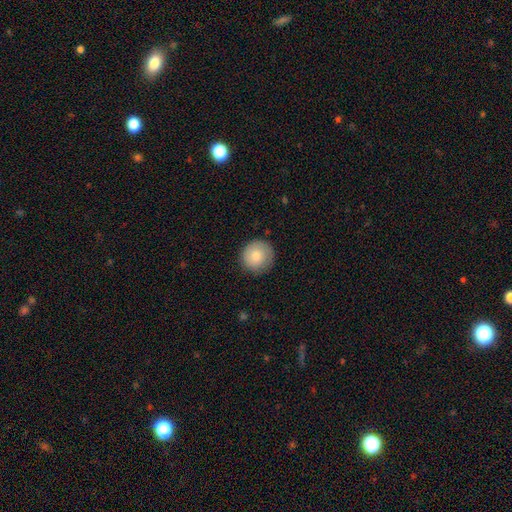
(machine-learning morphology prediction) smooth-or-featured: smooth: 82% | featured or disk: 11% | star or artifact: 7%
  how-rounded: round: 94% | in between: 5% | cigar-shaped: 1%
  merging: none: 85% | minor disturbance: 11% | major disturbance: 3% | merger: 1%